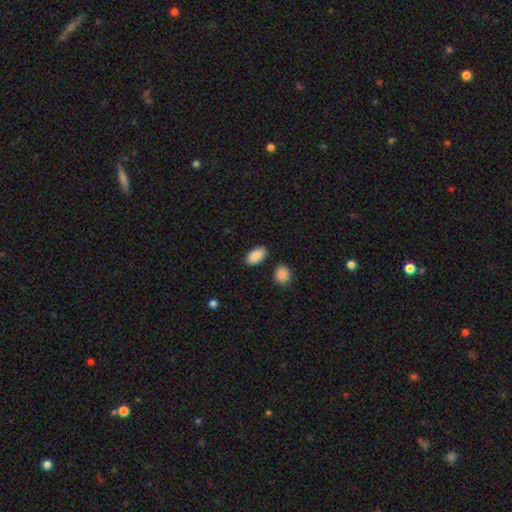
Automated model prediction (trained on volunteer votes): Morphology: type=smooth (88%); roundness=in between (94%); merging=none (85%).